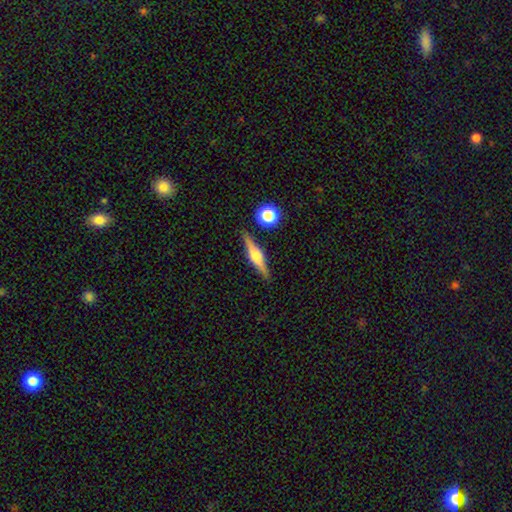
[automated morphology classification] Smooth or featured? Predicted: featured or disk (p=0.70). Edge-on disk? Predicted: yes (p=0.97). Edge-on bulge? Predicted: rounded (p=0.87). Merging? Predicted: none (p=0.88).